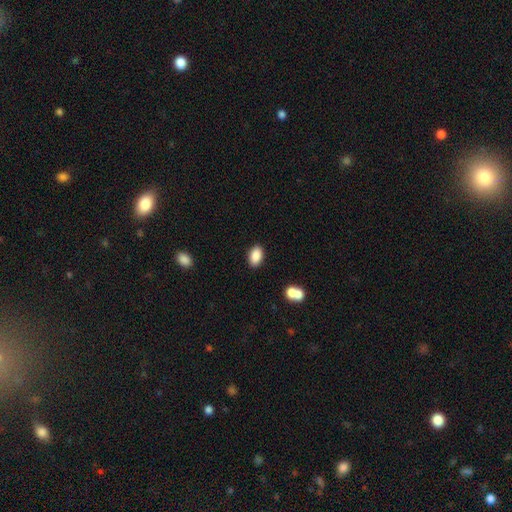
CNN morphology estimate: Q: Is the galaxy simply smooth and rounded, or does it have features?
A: smooth — 88%.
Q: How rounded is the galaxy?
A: in between — 90%.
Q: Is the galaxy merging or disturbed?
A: none — 87%.